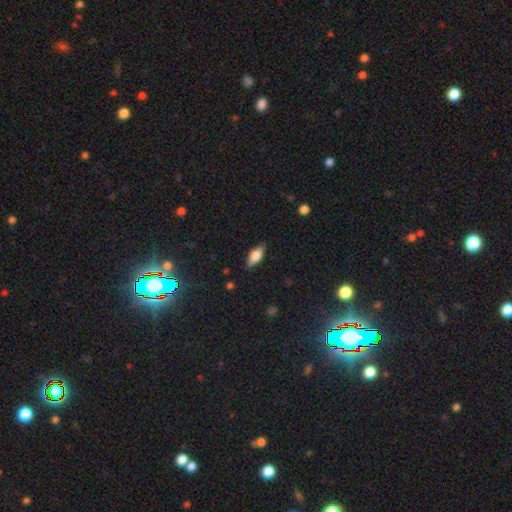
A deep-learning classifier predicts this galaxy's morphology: Smooth or featured? Predicted: smooth (p=0.61). How rounded? Predicted: in between (p=0.76). Merging? Predicted: none (p=0.84).